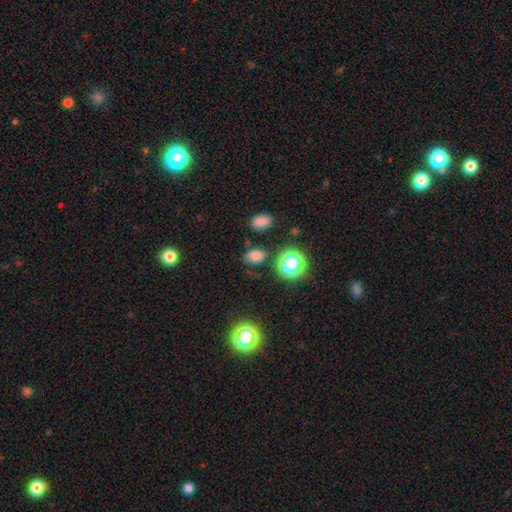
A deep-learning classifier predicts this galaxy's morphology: Smooth or featured? Predicted: smooth (p=0.71). How rounded? Predicted: in between (p=0.67). Merging? Predicted: none (p=0.73).